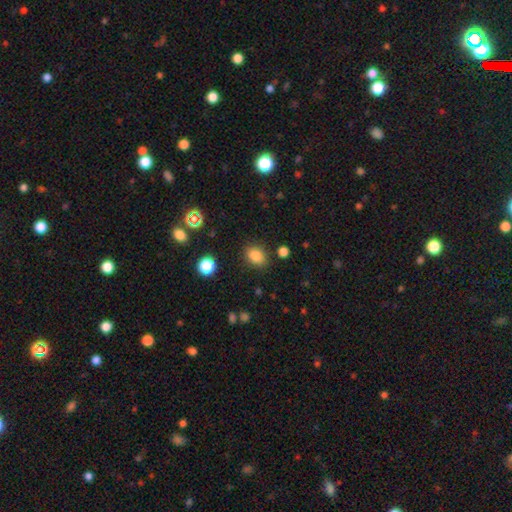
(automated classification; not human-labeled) Smooth or featured? smooth (82%)
How rounded? in between (53%)
Merging? none (84%)